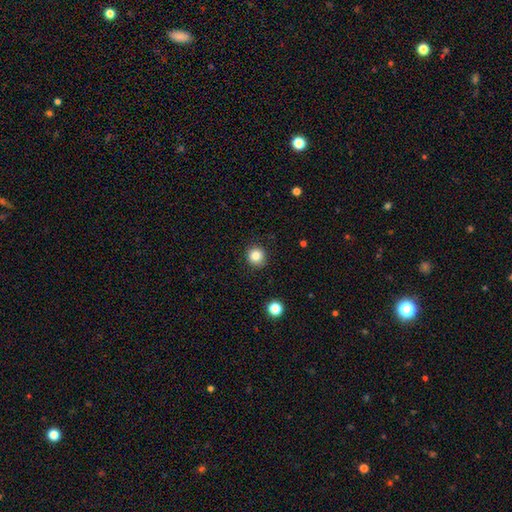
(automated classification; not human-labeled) Smooth or featured: smooth — 83% (star or artifact — 11%)
How rounded: round — 92% (in between — 7%)
Merging: none — 90% (minor disturbance — 7%)